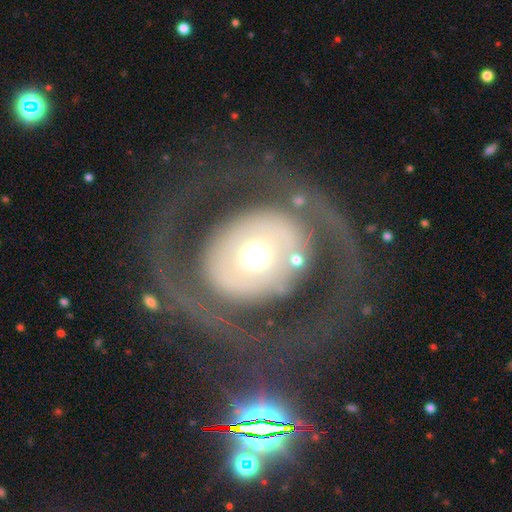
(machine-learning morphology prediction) Smooth or featured: featured or disk — 63% (smooth — 30%)
Edge-on disk: no — 93% (yes — 7%)
Bar: no — 85% (weak — 10%)
Spiral arms: no — 69% (yes — 31%)
Bulge size: moderate — 57% (large — 26%)
Merging: none — 67% (major disturbance — 18%)